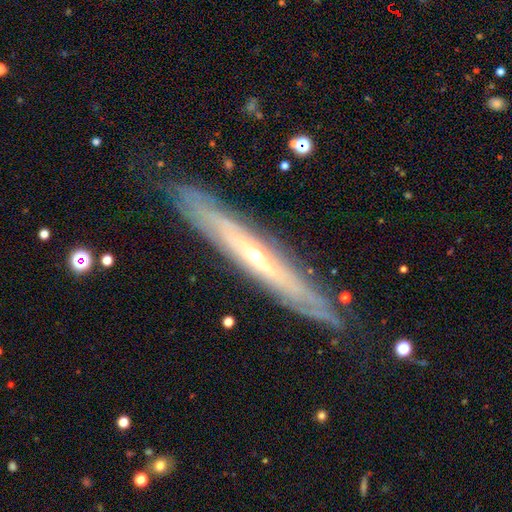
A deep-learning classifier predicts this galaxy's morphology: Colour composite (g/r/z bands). It shows a featured or disk galaxy (79%) viewed edge-on (75%) with a rounded central bulge (68%). Merging: none (83%).